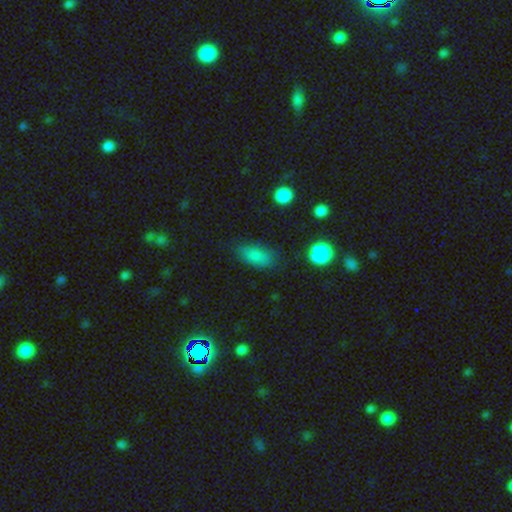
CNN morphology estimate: This appears to be a smooth galaxy with no disk features (82%) that is in between round and cigar-shaped (86%). Merging: none (75%).